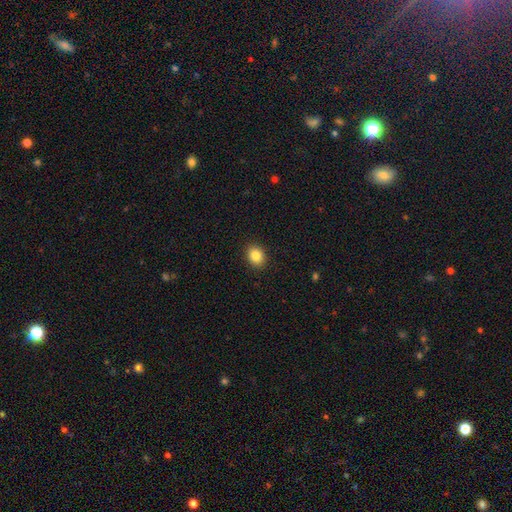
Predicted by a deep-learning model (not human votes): smooth_or_featured: smooth (p=0.85) [alt: star or artifact p=0.10]
how_rounded: in between (p=0.50) [alt: round p=0.49]
merging: none (p=0.91) [alt: minor disturbance p=0.06]